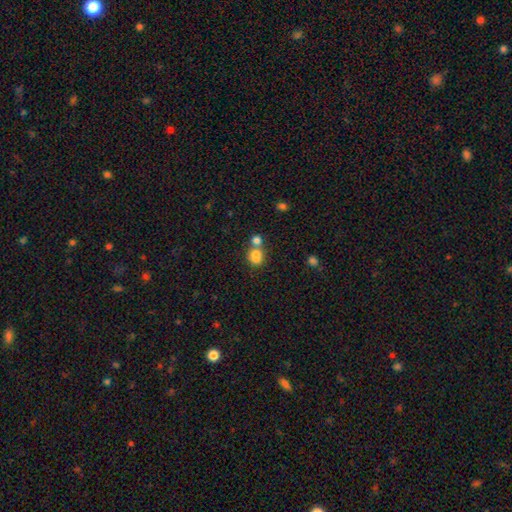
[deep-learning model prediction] Morphology: type=smooth (80%); roundness=round (65%); merging=merger (46%).